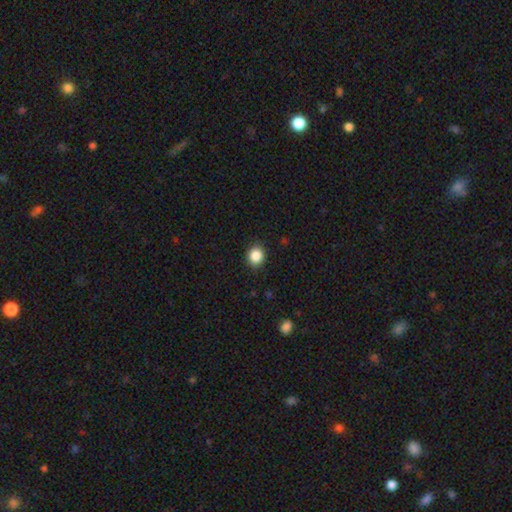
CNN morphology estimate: smooth-or-featured: smooth: 87% | star or artifact: 10% | featured or disk: 4%
  how-rounded: round: 76% | in between: 23% | cigar-shaped: 1%
  merging: none: 89% | minor disturbance: 8% | major disturbance: 2% | merger: 1%